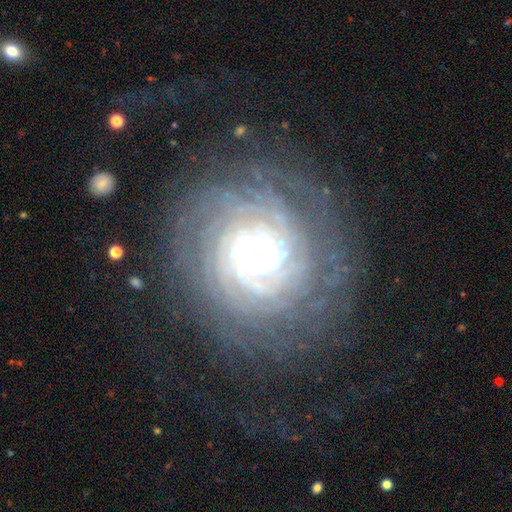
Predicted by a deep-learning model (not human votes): This is clearly a featured or disk galaxy (86%). It is clearly not viewed edge-on (97%). Bar: likely no (69%). Spiral arm pattern: clearly yes (97%). Spiral arm count: marginally more than 4 (31%). Spiral winding: clearly tight (86%). Central bulge: likely small (78%). Merging: likely none (80%).